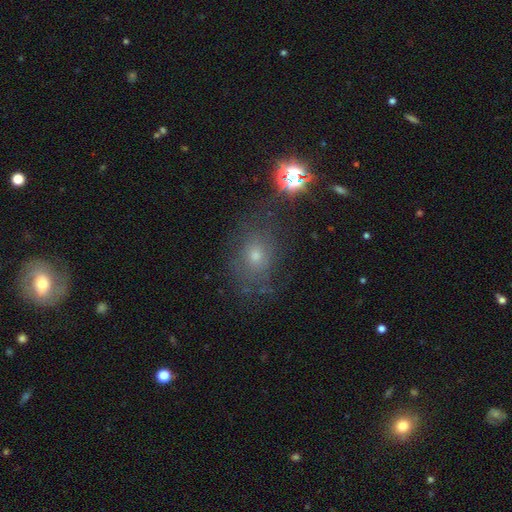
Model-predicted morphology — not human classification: The model was most divided on "how rounded": round: 50%, in between: 48%, cigar-shaped: 1%. More confident: merging — none (69%); smooth or featured — smooth (53%).